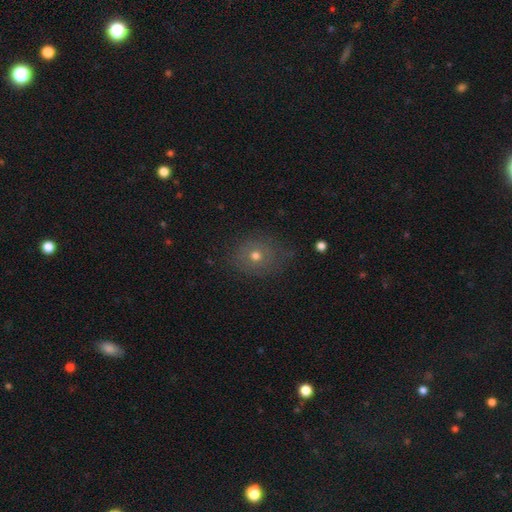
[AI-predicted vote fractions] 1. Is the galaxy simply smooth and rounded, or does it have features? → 63% smooth, 20% featured or disk, 18% star or artifact.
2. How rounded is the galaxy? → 66% round, 33% in between, 1% cigar-shaped.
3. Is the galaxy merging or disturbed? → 75% none, 17% minor disturbance, 7% major disturbance, 2% merger.